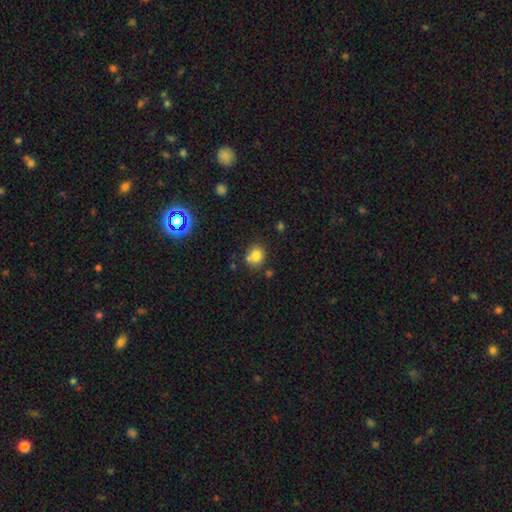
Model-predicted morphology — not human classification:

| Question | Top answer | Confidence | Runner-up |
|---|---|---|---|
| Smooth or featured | smooth | 79% | star or artifact (12%) |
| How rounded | round | 79% | in between (20%) |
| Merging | none | 68% | minor disturbance (14%) |